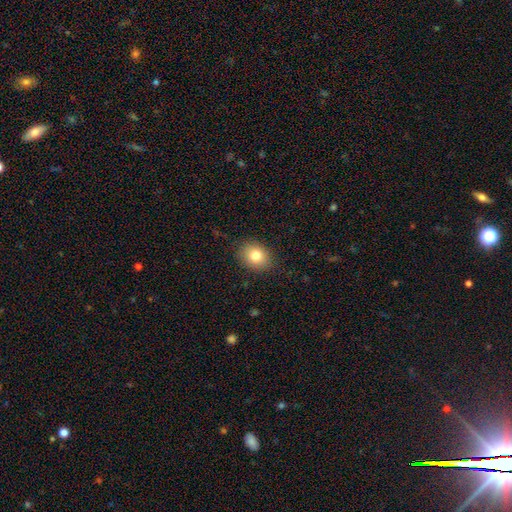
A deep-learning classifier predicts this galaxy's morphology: A smooth galaxy with no disk features (81%) that is round (51%).

Vote fractions:
- Smooth or featured? smooth: 81% / star or artifact: 10% / featured or disk: 9%
- How rounded? round: 51% / in between: 48% / cigar-shaped: 1%
- Merging? none: 87% / minor disturbance: 9% / major disturbance: 3% / merger: 1%